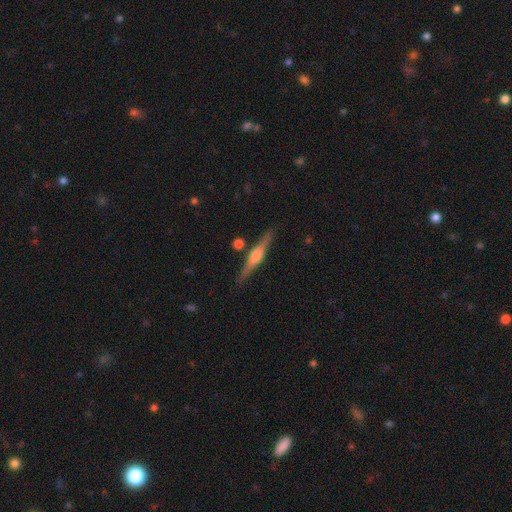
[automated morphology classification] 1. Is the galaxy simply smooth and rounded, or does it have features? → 74% featured or disk, 20% smooth, 6% star or artifact.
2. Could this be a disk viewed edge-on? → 98% yes, 2% no.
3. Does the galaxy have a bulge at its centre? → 79% rounded, 16% boxy, 5% none.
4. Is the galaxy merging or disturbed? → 87% none, 8% minor disturbance, 3% merger, 2% major disturbance.